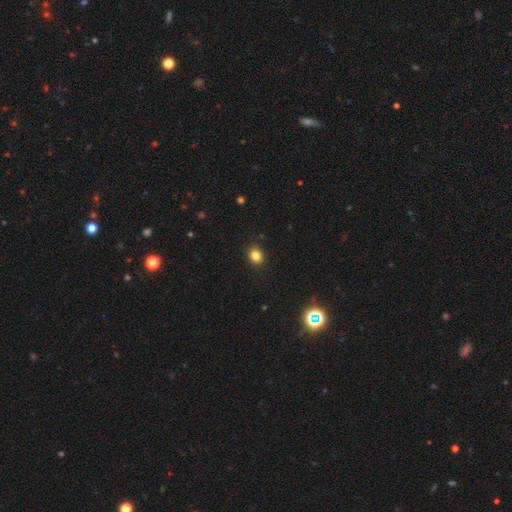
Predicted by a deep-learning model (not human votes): Q: Smooth or featured?
A: smooth (83%); runner-up: star or artifact (12%)
Q: How rounded?
A: round (59%); runner-up: in between (40%)
Q: Merging?
A: none (89%); runner-up: minor disturbance (8%)